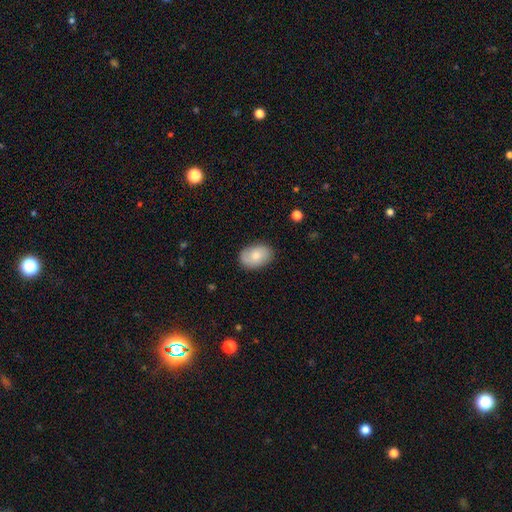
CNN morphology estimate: type=smooth (78%); roundness=in between (85%); merging=none (83%).